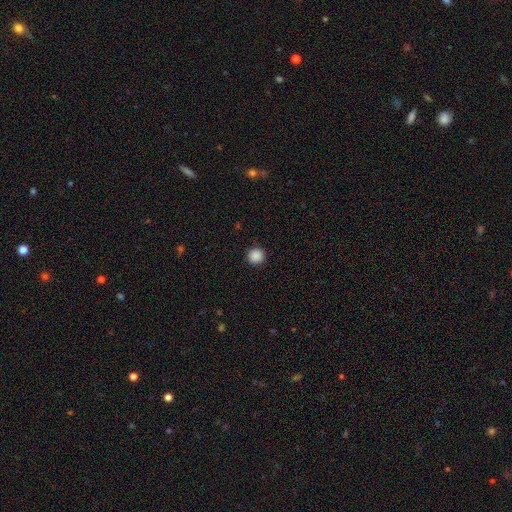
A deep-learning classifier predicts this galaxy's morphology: Smooth or featured? Predicted: smooth (p=0.88). How rounded? Predicted: round (p=0.95). Merging? Predicted: none (p=0.93).